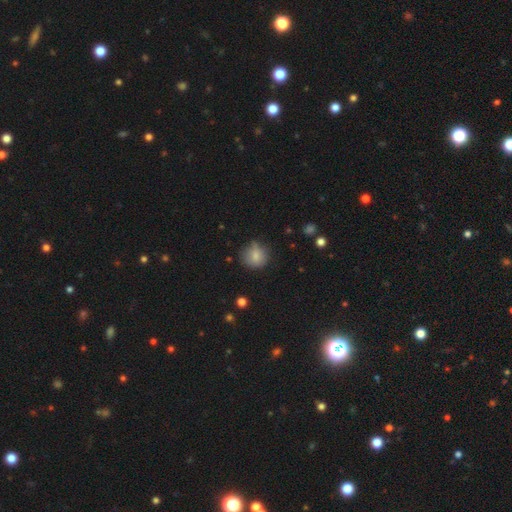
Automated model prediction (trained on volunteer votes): smooth-or-featured: smooth: 80% | featured or disk: 10% | star or artifact: 10%
  how-rounded: round: 86% | in between: 13% | cigar-shaped: 1%
  merging: none: 67% | minor disturbance: 25% | major disturbance: 6% | merger: 2%